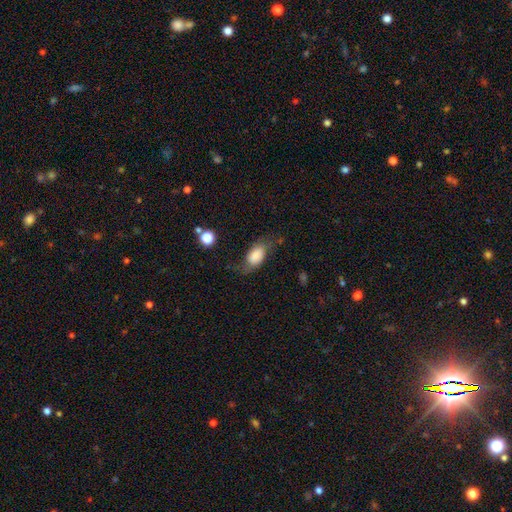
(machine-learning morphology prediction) Smooth or featured: smooth — 67% (featured or disk — 25%)
How rounded: in between — 87% (round — 9%)
Merging: none — 53% (minor disturbance — 27%)